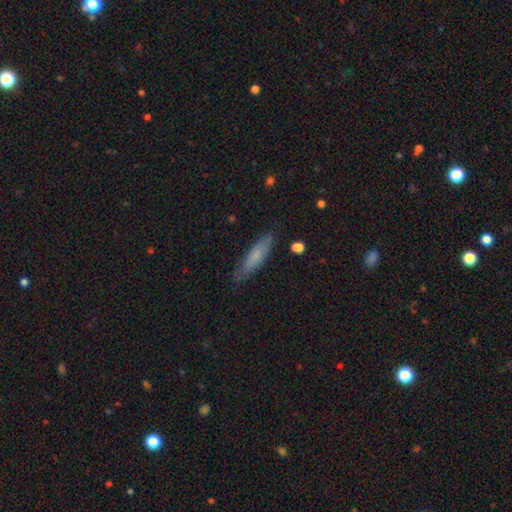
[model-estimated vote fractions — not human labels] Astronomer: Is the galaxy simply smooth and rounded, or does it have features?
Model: smooth — 71%.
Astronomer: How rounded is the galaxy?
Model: cigar-shaped — 77%.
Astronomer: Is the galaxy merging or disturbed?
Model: none — 80%.